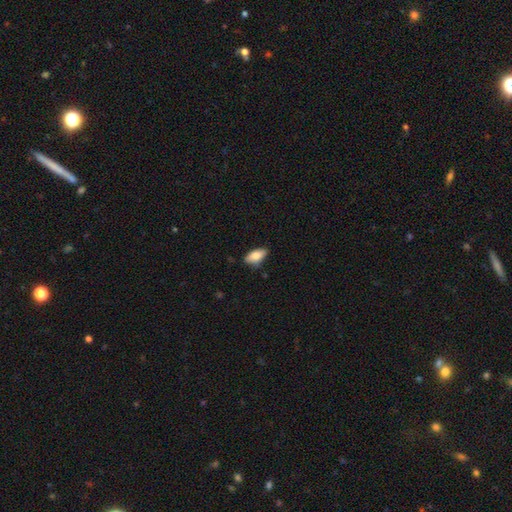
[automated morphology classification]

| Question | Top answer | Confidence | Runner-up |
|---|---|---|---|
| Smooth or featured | smooth | 80% | featured or disk (13%) |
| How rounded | in between | 89% | cigar-shaped (8%) |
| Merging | none | 75% | minor disturbance (20%) |